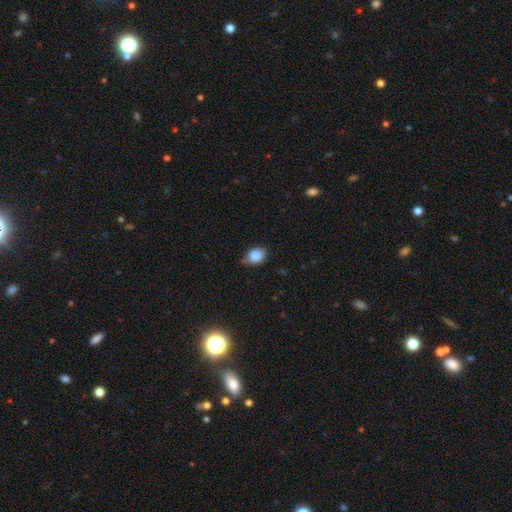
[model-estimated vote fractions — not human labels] Overall: smooth (85%). How rounded: round (50%; in between 49%). Merging: none (71%).